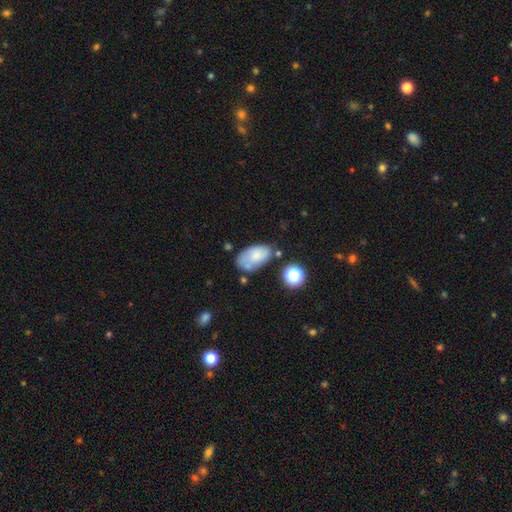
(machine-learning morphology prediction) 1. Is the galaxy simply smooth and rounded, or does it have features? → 69% smooth, 21% featured or disk, 10% star or artifact.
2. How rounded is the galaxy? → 92% in between, 7% round, 2% cigar-shaped.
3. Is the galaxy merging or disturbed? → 48% none, 27% minor disturbance, 13% merger, 11% major disturbance.